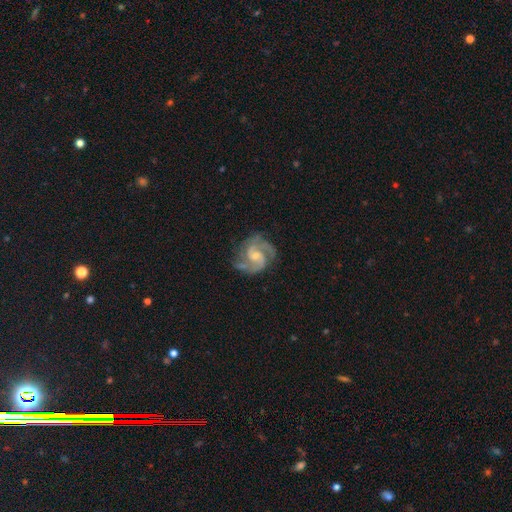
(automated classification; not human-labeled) Morphology: type=featured or disk (91%); edge-on=no (98%); bar=no (47%); spiral arms=yes (98%); winding=medium (57%); arm count=2 (74%); bulge=small (52%); merging=none (71%).